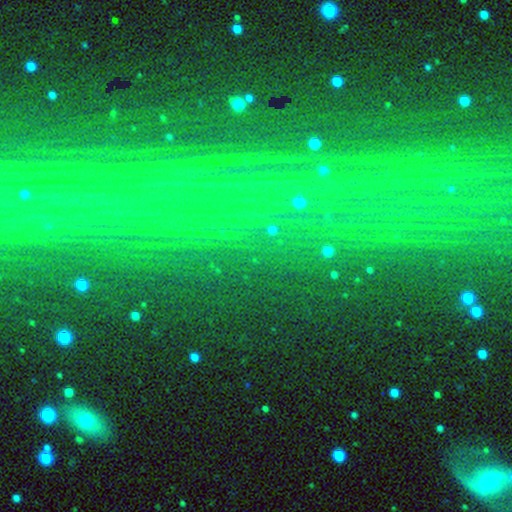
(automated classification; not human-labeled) Smooth or featured? star or artifact (81%)